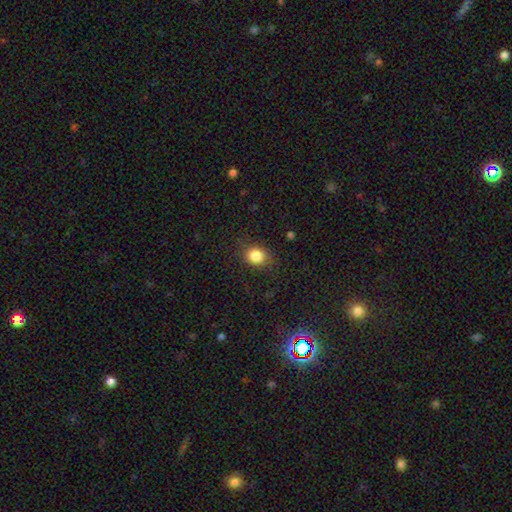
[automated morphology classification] Q: Smooth or featured?
A: smooth (84%); runner-up: star or artifact (10%)
Q: How rounded?
A: round (61%); runner-up: in between (38%)
Q: Merging?
A: none (78%); runner-up: minor disturbance (15%)